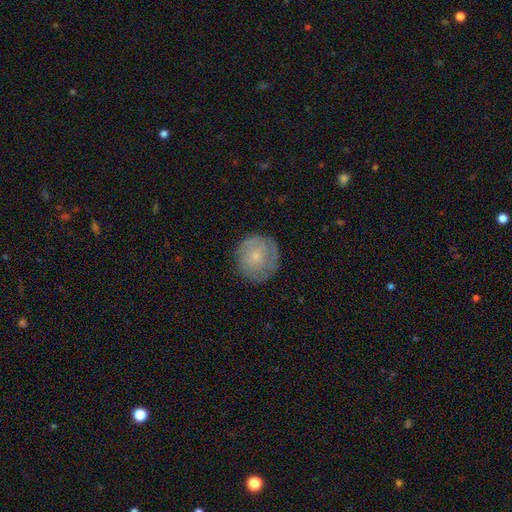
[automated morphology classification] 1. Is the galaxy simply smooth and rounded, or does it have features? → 47% featured or disk, 46% smooth, 8% star or artifact.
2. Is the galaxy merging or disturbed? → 80% none, 14% minor disturbance, 4% major disturbance, 1% merger.